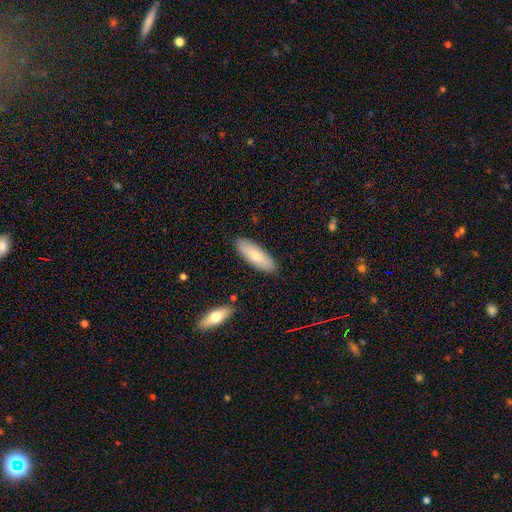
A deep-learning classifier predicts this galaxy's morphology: The model was most divided on "how rounded": in between: 60%, cigar-shaped: 39%, round: 2%. More confident: merging — none (87%); smooth or featured — smooth (77%).